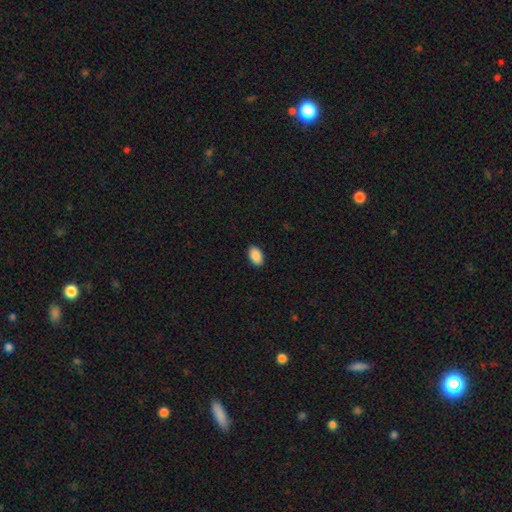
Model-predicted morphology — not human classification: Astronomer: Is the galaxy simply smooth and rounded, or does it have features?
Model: smooth — 90%.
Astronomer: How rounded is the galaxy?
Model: in between — 93%.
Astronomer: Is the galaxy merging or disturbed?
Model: none — 90%.